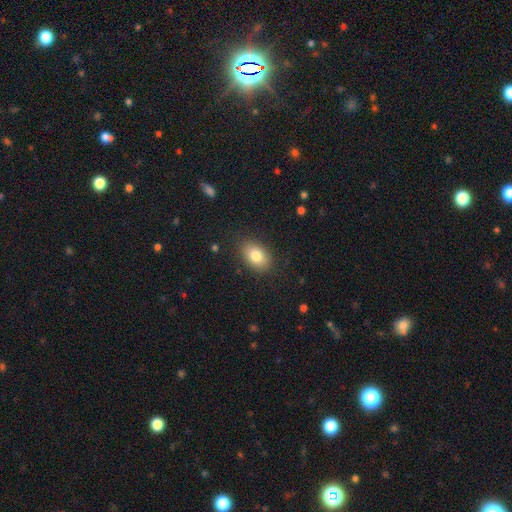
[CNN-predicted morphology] smooth_or_featured: smooth (p=0.81) [alt: featured or disk p=0.11]
how_rounded: in between (p=0.85) [alt: round p=0.14]
merging: none (p=0.86) [alt: minor disturbance p=0.10]